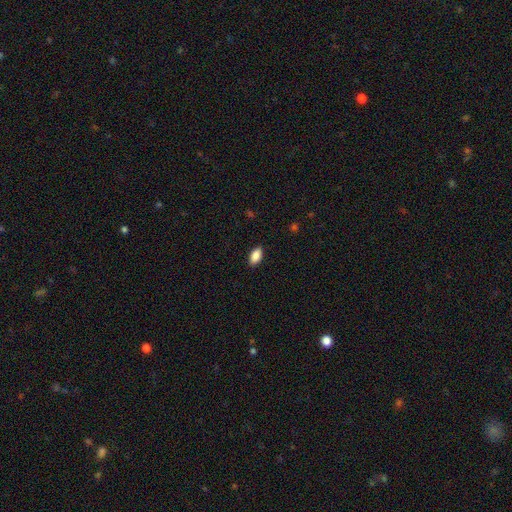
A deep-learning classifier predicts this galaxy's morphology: smooth-or-featured: smooth: 89% | star or artifact: 7% | featured or disk: 4%
  how-rounded: in between: 92% | cigar-shaped: 4% | round: 3%
  merging: none: 89% | minor disturbance: 9% | major disturbance: 2% | merger: 1%